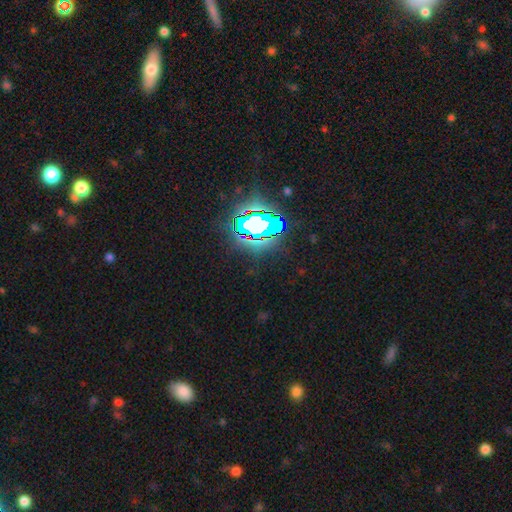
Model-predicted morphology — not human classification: type=star or artifact (79%).